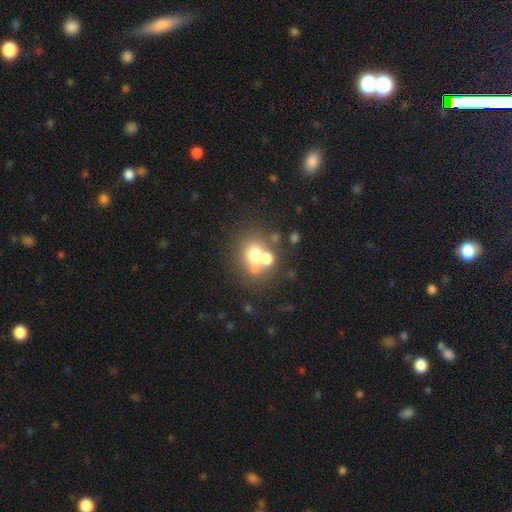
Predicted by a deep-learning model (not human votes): Q: Smooth or featured?
A: smooth (62%); runner-up: featured or disk (23%)
Q: How rounded?
A: round (74%); runner-up: in between (25%)
Q: Merging?
A: merger (43%); runner-up: none (42%)